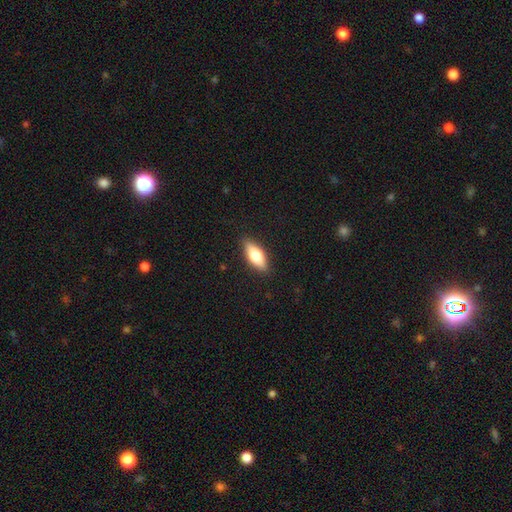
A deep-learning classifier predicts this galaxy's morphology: The model was most divided on "smooth or featured": smooth: 68%, featured or disk: 26%, star or artifact: 6%. More confident: merging — none (87%); how rounded — in between (74%).